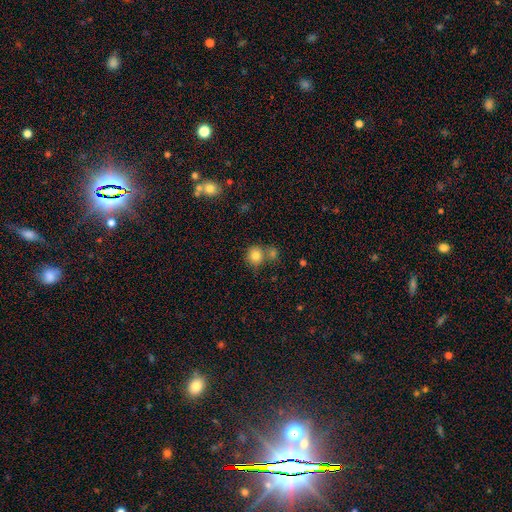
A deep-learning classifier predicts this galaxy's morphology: This is clearly a smooth galaxy (80%). How rounded: clearly round (88%). Merging: possibly none (57%).